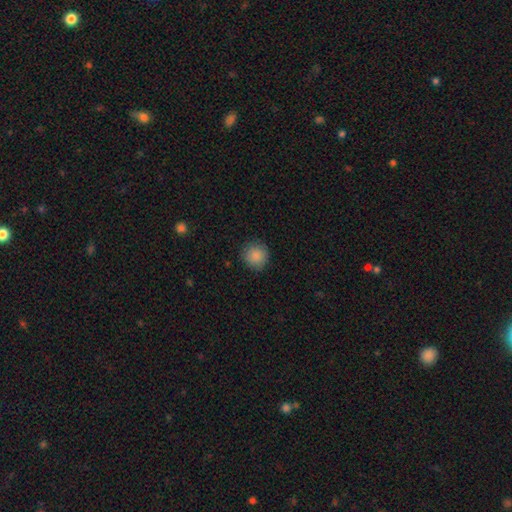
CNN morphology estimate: smooth 88%, star or artifact 9%, featured or disk 3%. Down the decision tree: how rounded — round (93%); merging — none (88%).